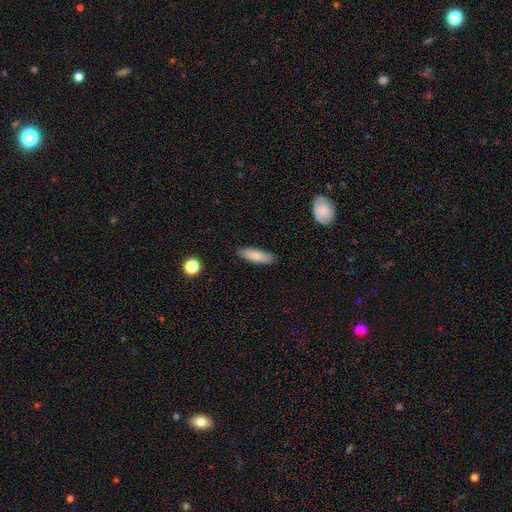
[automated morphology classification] Smooth or featured? Predicted: smooth (p=0.79). How rounded? Predicted: in between (p=0.50). Merging? Predicted: none (p=0.87).